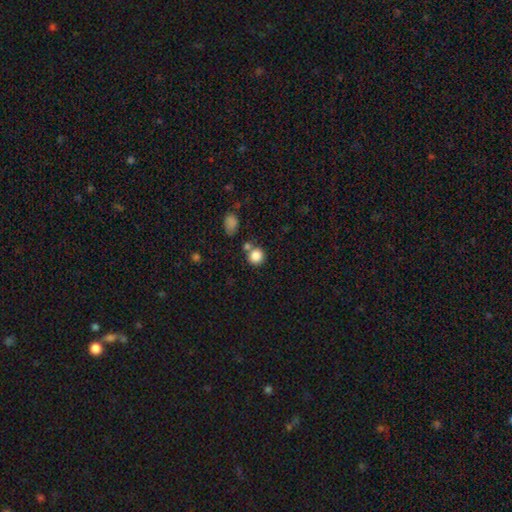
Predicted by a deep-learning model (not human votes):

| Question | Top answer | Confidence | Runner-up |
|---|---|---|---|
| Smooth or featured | smooth | 84% | star or artifact (10%) |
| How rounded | round | 88% | in between (11%) |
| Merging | none | 67% | merger (19%) |